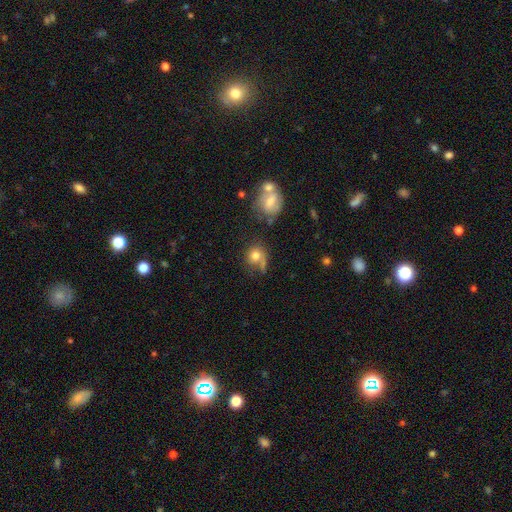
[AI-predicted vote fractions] Smooth or featured? Predicted: smooth (p=0.76). How rounded? Predicted: round (p=0.78). Merging? Predicted: none (p=0.50).